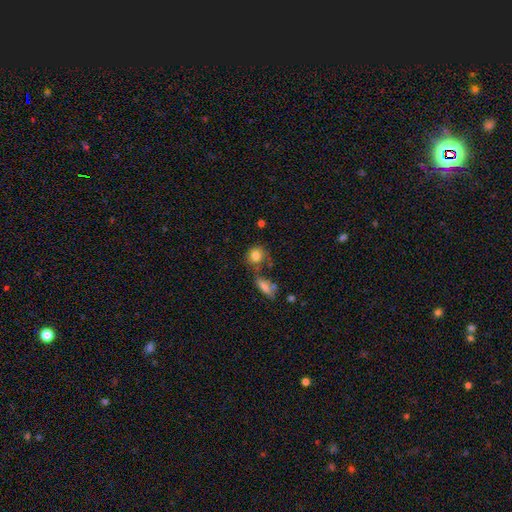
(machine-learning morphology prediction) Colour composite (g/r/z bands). It shows a smooth galaxy with no disk features (81%) that is round (75%). Merging: none (56%).